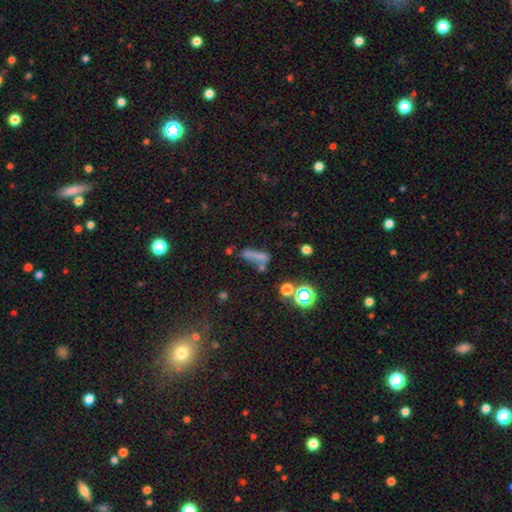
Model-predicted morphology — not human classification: This appears to be a smooth galaxy with no disk features (59%) that is cigar-shaped (68%). Merging: none (49%).